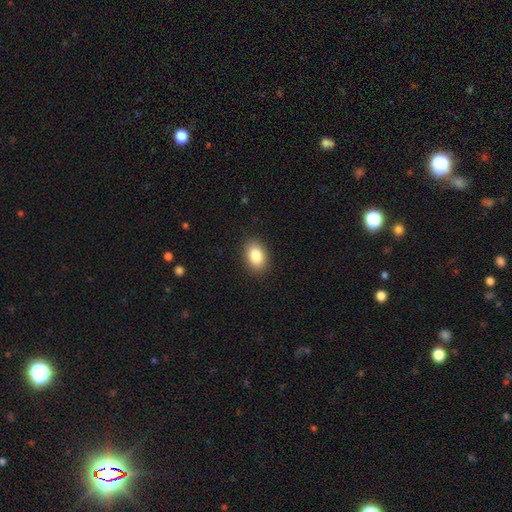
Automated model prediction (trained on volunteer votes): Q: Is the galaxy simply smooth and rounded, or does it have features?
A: smooth — 86%.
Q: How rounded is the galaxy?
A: in between — 86%.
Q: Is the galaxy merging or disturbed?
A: none — 89%.